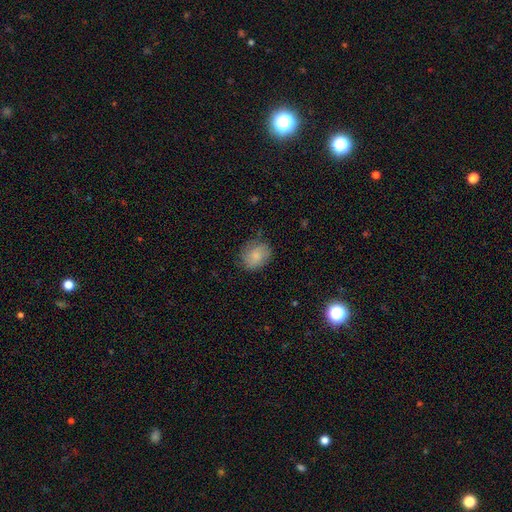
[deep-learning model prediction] Smooth or featured: smooth — 80% (featured or disk — 12%)
How rounded: round — 60% (in between — 39%)
Merging: none — 74% (minor disturbance — 20%)